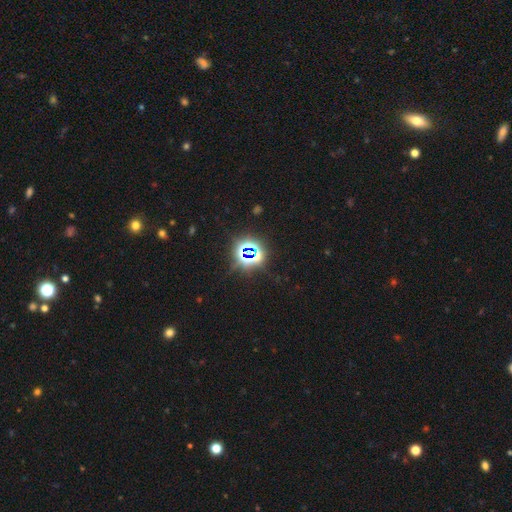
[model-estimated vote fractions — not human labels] A star or artifact, not a galaxy (79%).